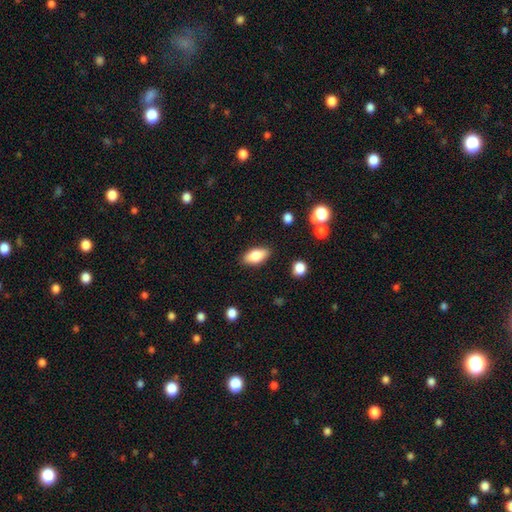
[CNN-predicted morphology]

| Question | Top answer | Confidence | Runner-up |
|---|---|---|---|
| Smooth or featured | smooth | 78% | featured or disk (14%) |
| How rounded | in between | 88% | cigar-shaped (8%) |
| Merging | none | 86% | minor disturbance (10%) |